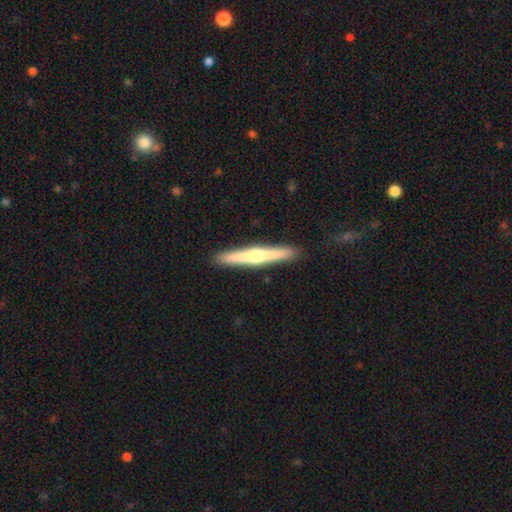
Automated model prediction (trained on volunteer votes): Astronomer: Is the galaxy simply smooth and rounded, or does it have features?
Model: featured or disk — 62%.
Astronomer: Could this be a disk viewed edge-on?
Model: yes — 98%.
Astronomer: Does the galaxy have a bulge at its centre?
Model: rounded — 86%.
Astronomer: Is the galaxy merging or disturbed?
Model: none — 92%.